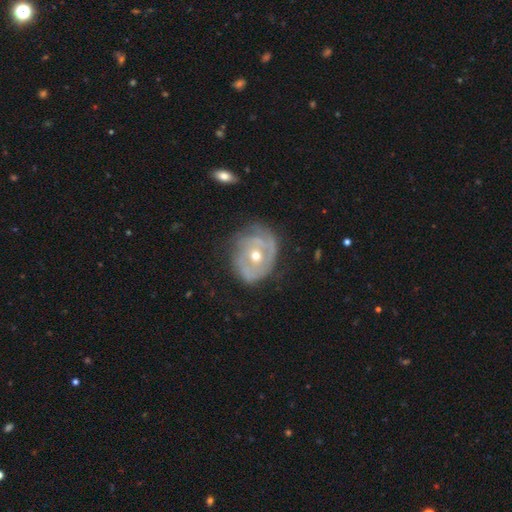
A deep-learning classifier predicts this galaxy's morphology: Smooth or featured? Predicted: featured or disk (p=0.75). Edge-on disk? Predicted: no (p=0.96). Bar? Predicted: no (p=0.78). Spiral arms? Predicted: yes (p=0.74). Spiral winding? Predicted: tight (p=0.61). Spiral arm count? Predicted: can't tell (p=0.40). Bulge size? Predicted: moderate (p=0.59). Merging? Predicted: none (p=0.57).